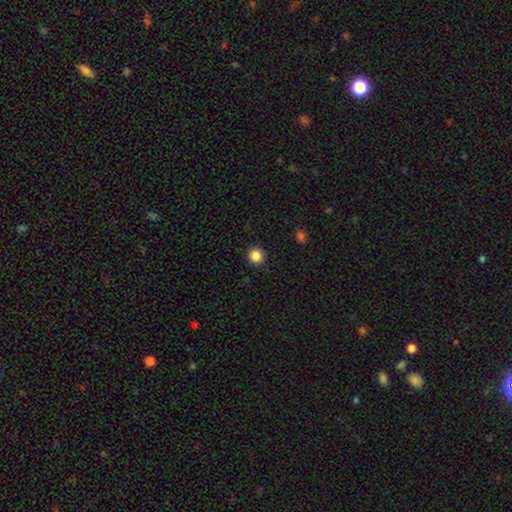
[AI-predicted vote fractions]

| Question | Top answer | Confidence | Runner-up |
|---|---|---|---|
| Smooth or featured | smooth | 86% | star or artifact (10%) |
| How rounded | round | 96% | in between (3%) |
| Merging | none | 93% | minor disturbance (4%) |